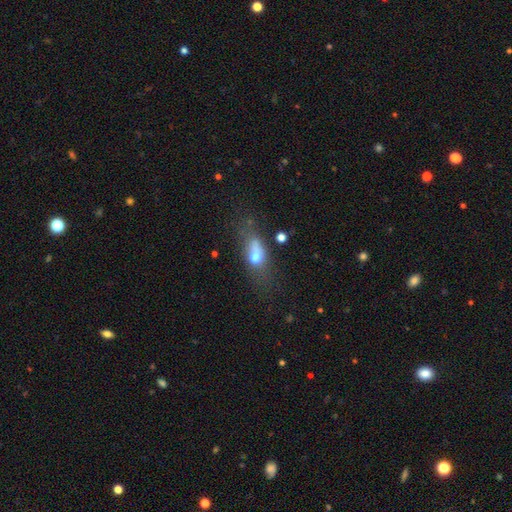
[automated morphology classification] type=smooth (63%); roundness=in between (75%); merging=none (30%).